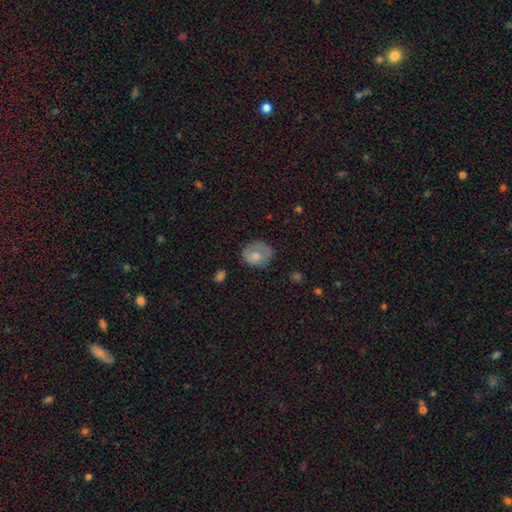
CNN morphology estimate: smooth 67%, featured or disk 25%, star or artifact 8%. Down the decision tree: how rounded — round (51%); merging — none (54%).